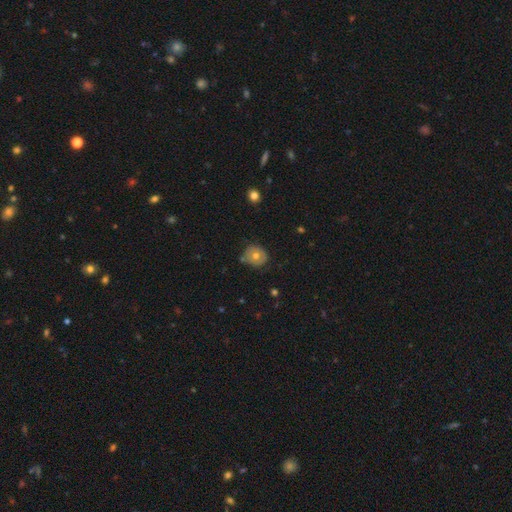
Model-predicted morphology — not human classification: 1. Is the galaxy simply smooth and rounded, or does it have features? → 61% smooth, 30% featured or disk, 10% star or artifact.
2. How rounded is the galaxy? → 82% round, 17% in between, 1% cigar-shaped.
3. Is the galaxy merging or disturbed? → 75% none, 19% minor disturbance, 4% major disturbance, 3% merger.